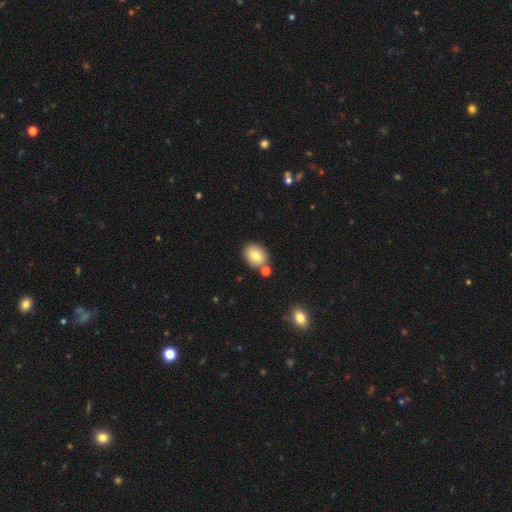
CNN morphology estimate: smooth-or-featured: smooth: 80% | featured or disk: 12% | star or artifact: 8%
  how-rounded: in between: 69% | round: 30% | cigar-shaped: 1%
  merging: none: 74% | merger: 12% | minor disturbance: 11% | major disturbance: 3%